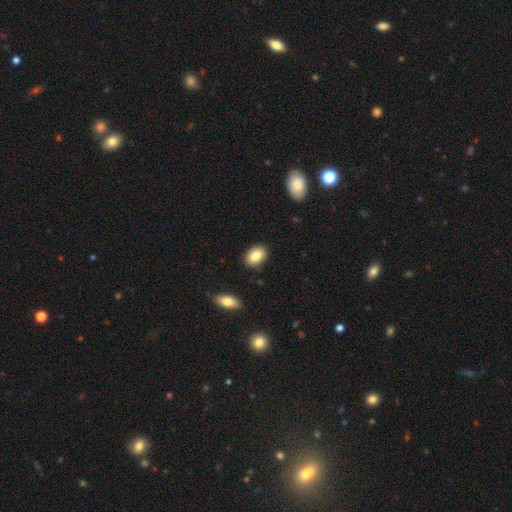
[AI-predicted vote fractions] This is clearly a smooth galaxy (85%). How rounded: likely in between (77%). Merging: clearly none (88%).